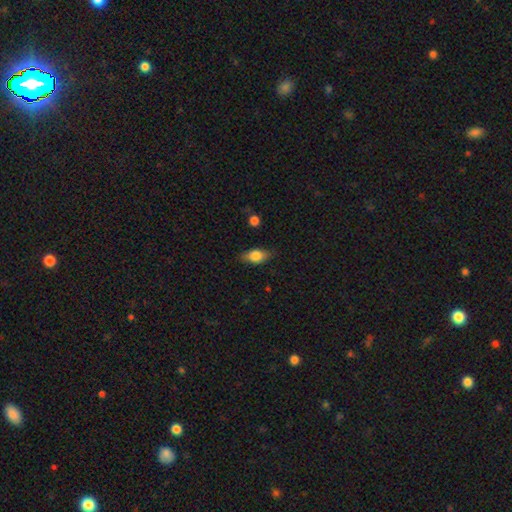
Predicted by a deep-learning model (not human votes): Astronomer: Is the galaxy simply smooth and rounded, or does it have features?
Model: smooth — 76%.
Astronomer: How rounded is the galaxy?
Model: in between — 83%.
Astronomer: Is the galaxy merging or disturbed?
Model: none — 78%.